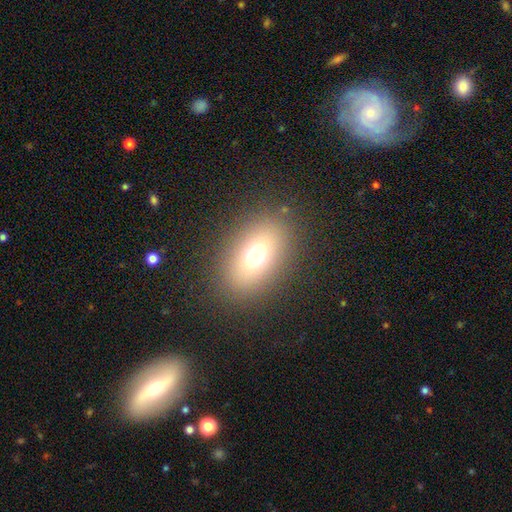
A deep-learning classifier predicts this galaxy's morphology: Smooth or featured?
  - smooth: 71% *
  - star or artifact: 15%
  - featured or disk: 14%
How rounded?
  - in between: 80% *
  - round: 18%
  - cigar-shaped: 2%
Merging?
  - none: 86% *
  - minor disturbance: 8%
  - major disturbance: 5%
  - merger: 1%